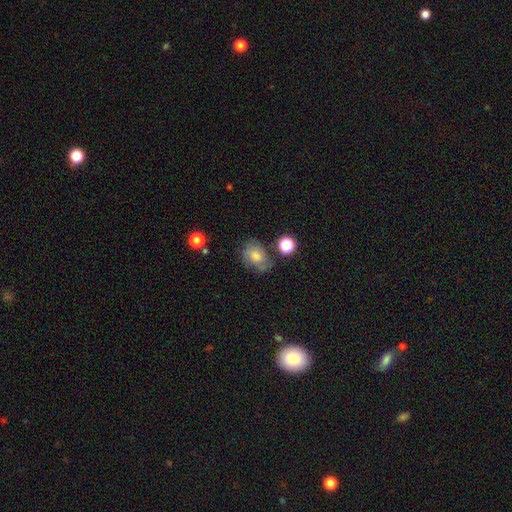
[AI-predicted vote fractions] This is possibly a smooth galaxy (46%). Merging: possibly none (59%).